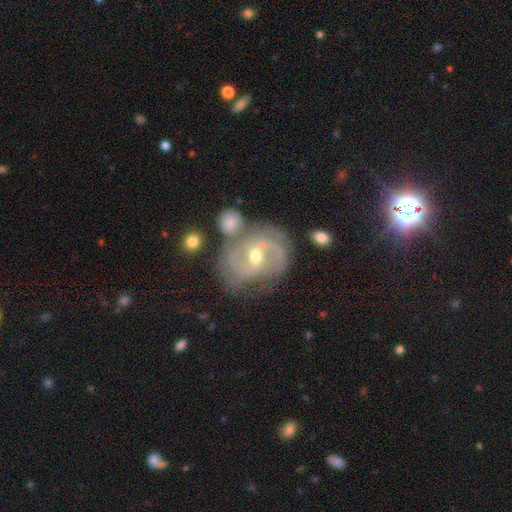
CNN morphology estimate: Overall: featured or disk (83%). Edge-on disk: no (97%). Bar: weak (49%; no 28%). Spiral arms: yes (90%). Spiral arm count: 2 (68%). Spiral winding: medium (47%; tight 35%). Bulge size: moderate (61%; small 36%). Merging: none (54%; minor disturbance 20%).